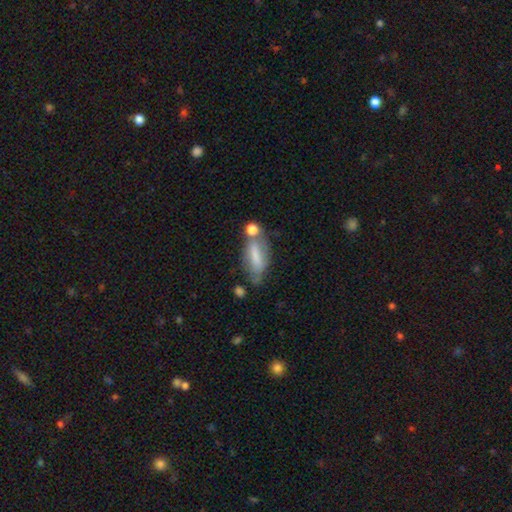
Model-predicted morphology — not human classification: A smooth galaxy with no disk features (61%) that is in between round and cigar-shaped (64%). Merging: none (41%).